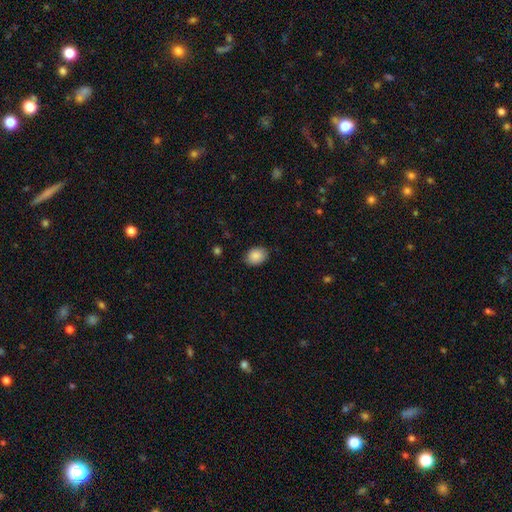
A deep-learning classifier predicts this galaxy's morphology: smooth-or-featured: smooth: 88% | star or artifact: 8% | featured or disk: 4%
  how-rounded: in between: 61% | round: 38% | cigar-shaped: 1%
  merging: none: 84% | minor disturbance: 13% | major disturbance: 3% | merger: 1%